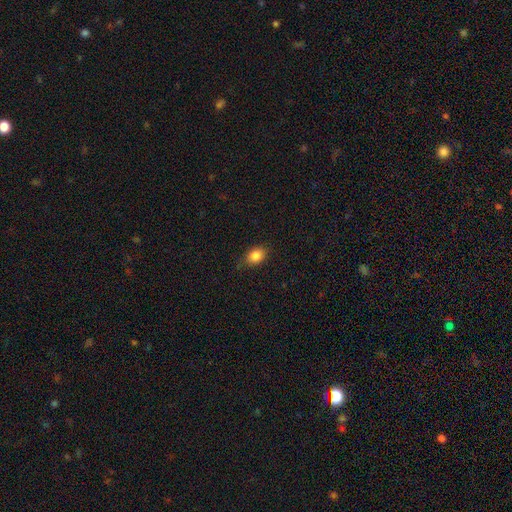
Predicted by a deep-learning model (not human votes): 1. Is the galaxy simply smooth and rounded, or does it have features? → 86% smooth, 9% star or artifact, 6% featured or disk.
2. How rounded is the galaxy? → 73% in between, 25% round, 2% cigar-shaped.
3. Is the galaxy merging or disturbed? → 81% none, 15% minor disturbance, 3% major disturbance, 1% merger.